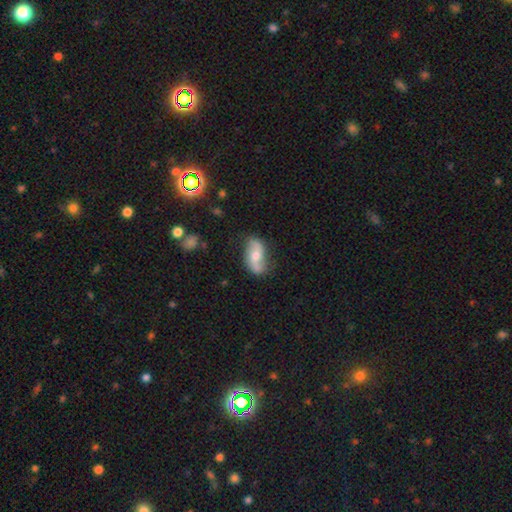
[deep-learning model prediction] Smooth or featured? Predicted: featured or disk (p=0.62). Edge-on disk? Predicted: no (p=0.91). Bar? Predicted: no (p=0.60). Spiral arms? Predicted: yes (p=0.82). Bulge size? Predicted: moderate (p=0.68). Merging? Predicted: none (p=0.73).